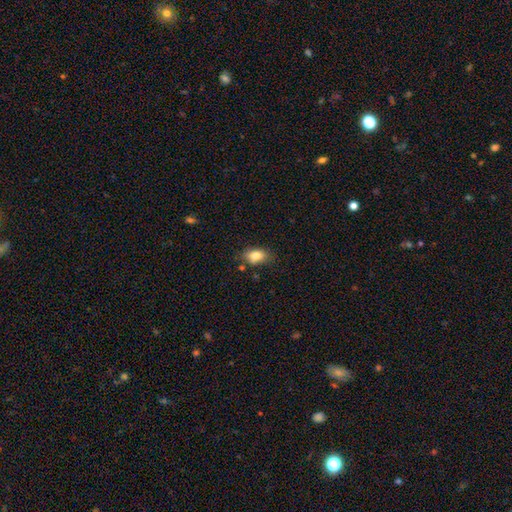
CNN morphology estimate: A smooth galaxy with no disk features (82%) that is in between round and cigar-shaped (85%). Merging: none (76%).